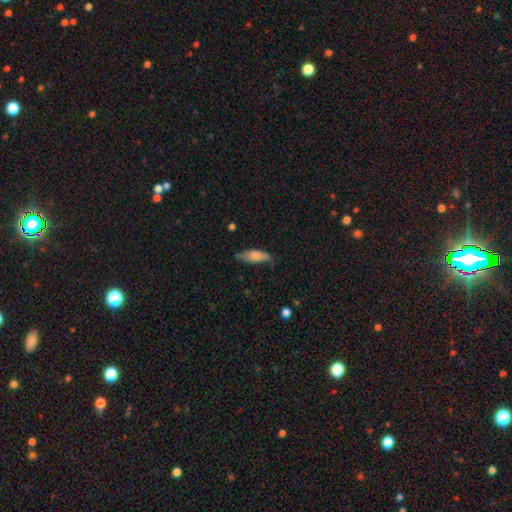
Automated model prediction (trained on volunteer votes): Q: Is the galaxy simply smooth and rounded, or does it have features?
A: smooth — 68%.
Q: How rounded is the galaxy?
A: in between — 60%.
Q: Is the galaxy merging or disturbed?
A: none — 65%.